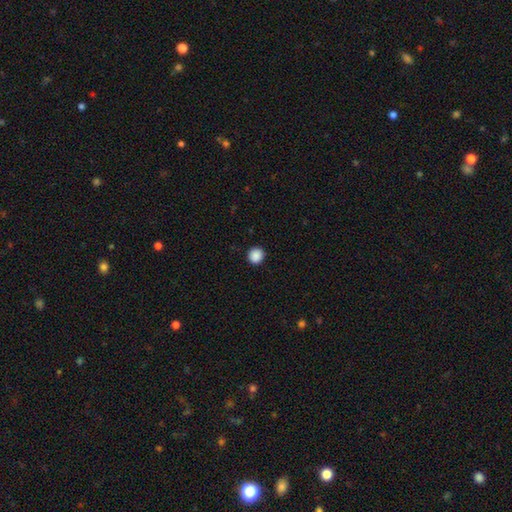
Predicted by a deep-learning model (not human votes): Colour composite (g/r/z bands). It shows a smooth galaxy with no disk features (89%) that is round (92%). Merging: none (92%).